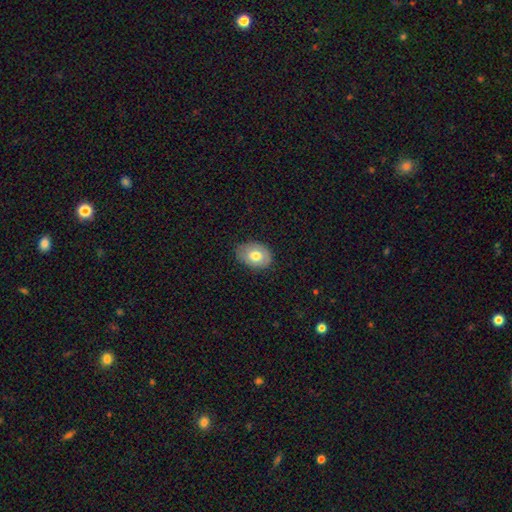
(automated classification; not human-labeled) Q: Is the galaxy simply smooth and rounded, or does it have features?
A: smooth — 71%.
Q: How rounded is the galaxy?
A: in between — 76%.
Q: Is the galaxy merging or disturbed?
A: none — 77%.